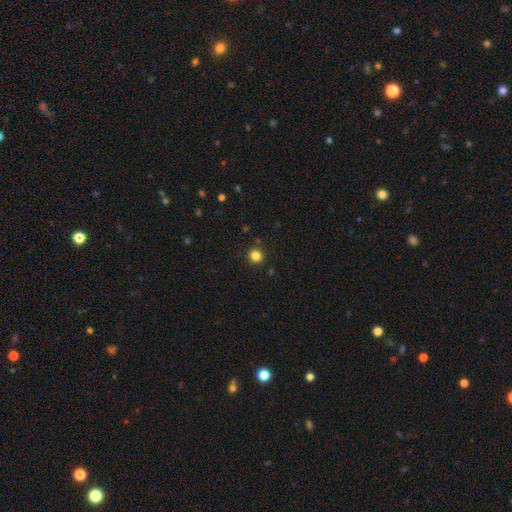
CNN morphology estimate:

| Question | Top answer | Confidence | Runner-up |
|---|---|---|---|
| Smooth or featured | smooth | 83% | star or artifact (13%) |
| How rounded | round | 92% | in between (7%) |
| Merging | none | 90% | minor disturbance (6%) |